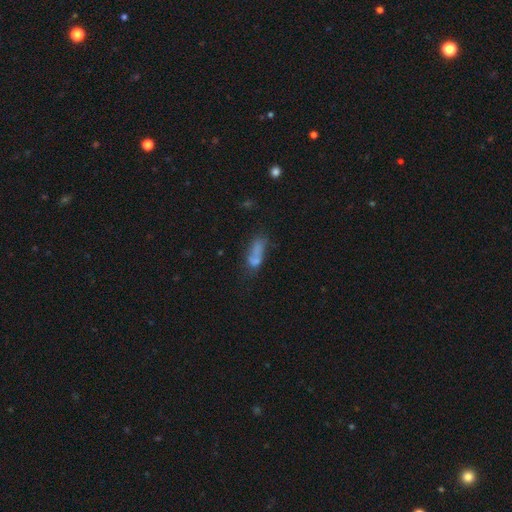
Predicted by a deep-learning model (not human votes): This is likely a smooth galaxy (61%). How rounded: likely in between (62%). Merging: marginally merger (33%, tied with none).